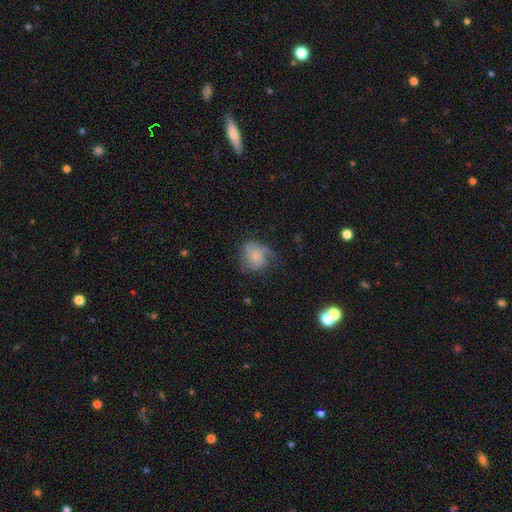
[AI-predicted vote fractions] smooth-or-featured: smooth: 52% | featured or disk: 38% | star or artifact: 9%
  how-rounded: round: 71% | in between: 28% | cigar-shaped: 1%
  merging: none: 47% | minor disturbance: 29% | major disturbance: 22% | merger: 2%